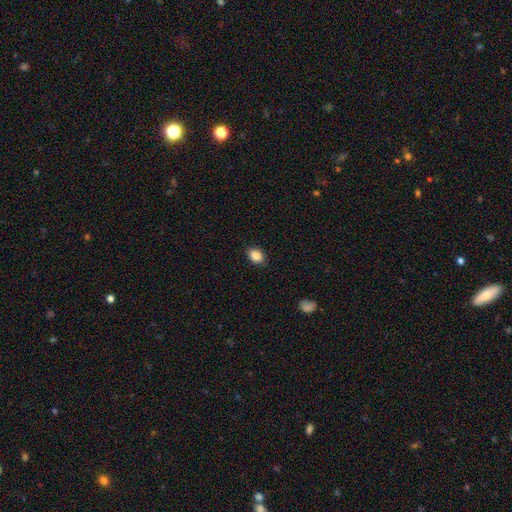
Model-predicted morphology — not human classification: This is clearly a smooth galaxy (87%). How rounded: likely in between (74%). Merging: clearly none (86%).